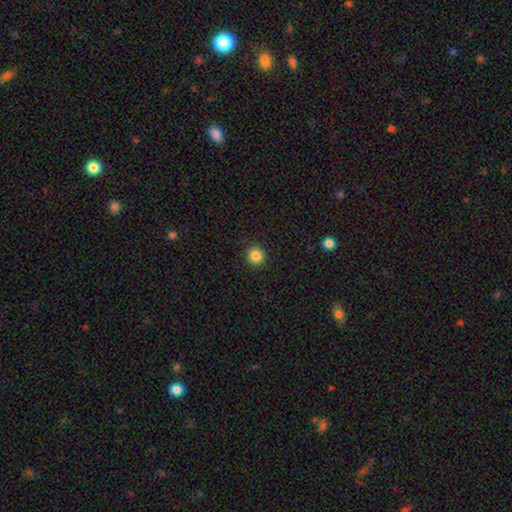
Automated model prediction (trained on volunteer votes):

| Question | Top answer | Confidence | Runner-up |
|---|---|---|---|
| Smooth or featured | smooth | 86% | star or artifact (11%) |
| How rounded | round | 93% | in between (6%) |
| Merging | none | 92% | minor disturbance (5%) |